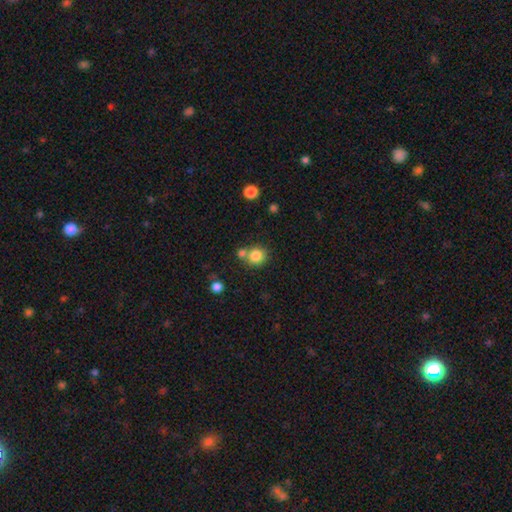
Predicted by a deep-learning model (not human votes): Morphology: type=smooth (82%); roundness=round (88%); merging=none (64%).